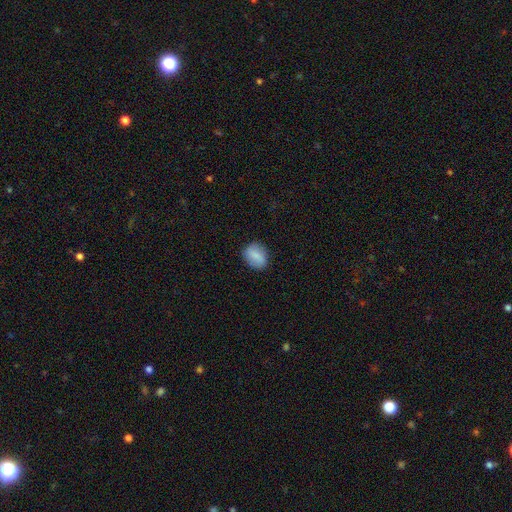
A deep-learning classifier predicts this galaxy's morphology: Overall: smooth (82%). How rounded: in between (60%; round 38%). Merging: none (84%).